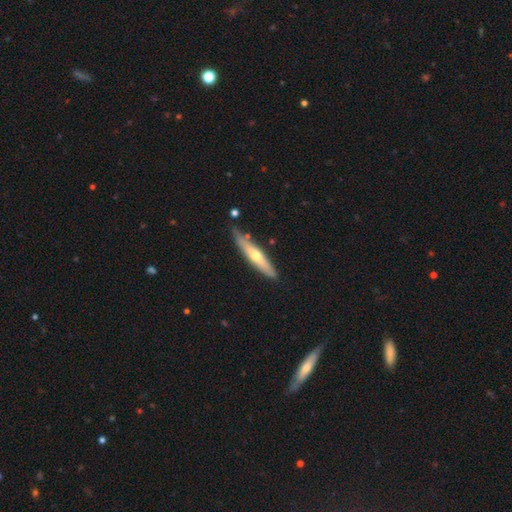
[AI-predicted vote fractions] A featured or disk galaxy (50%) viewed edge-on (86%). Merging: none (79%).